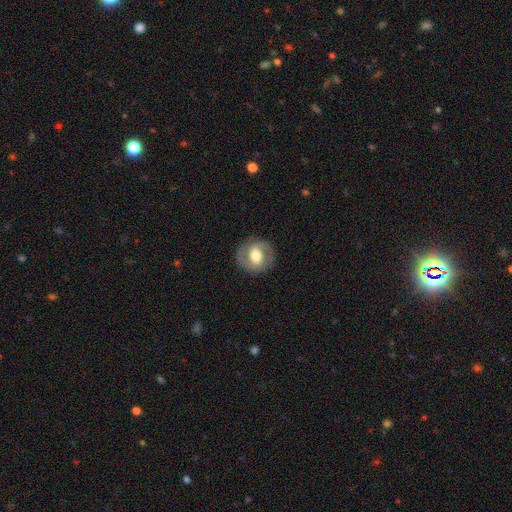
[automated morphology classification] Smooth or featured? smooth (47%)
Merging? none (84%)